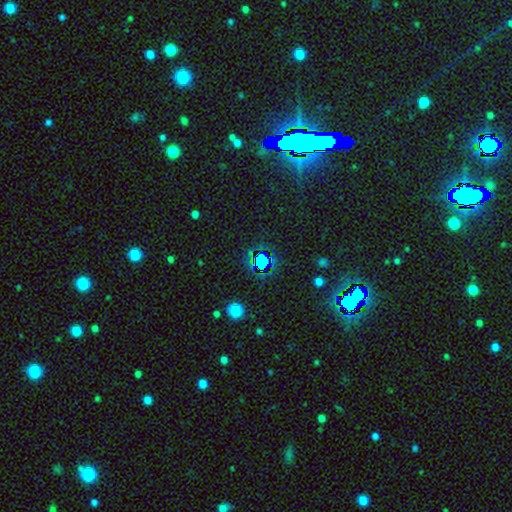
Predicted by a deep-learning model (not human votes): This is likely a star or artifact rather than a galaxy (79%).